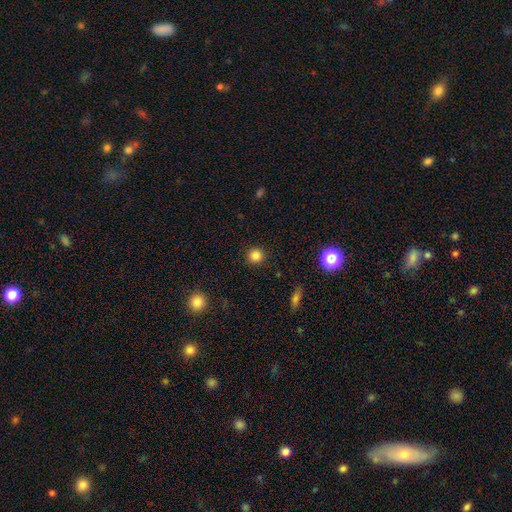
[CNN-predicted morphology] Overall: smooth (84%). How rounded: round (94%). Merging: none (91%).